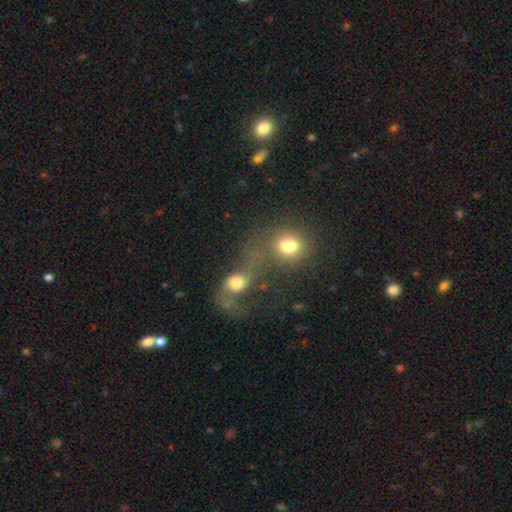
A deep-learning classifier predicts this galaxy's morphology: Smooth or featured? smooth (55%)
How rounded? round (68%)
Merging? merger (57%)